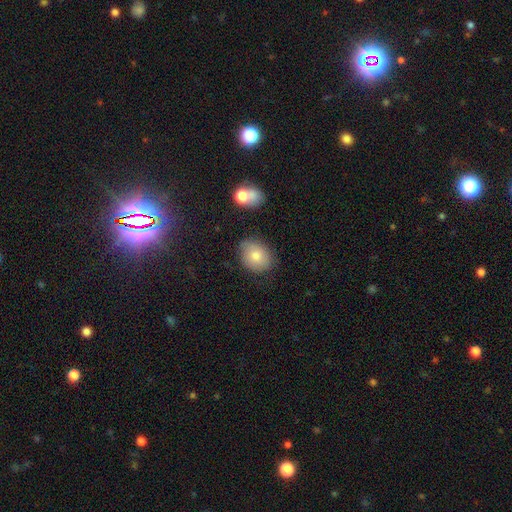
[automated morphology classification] Overall: smooth (75%). How rounded: in between (54%; round 45%). Merging: none (75%).